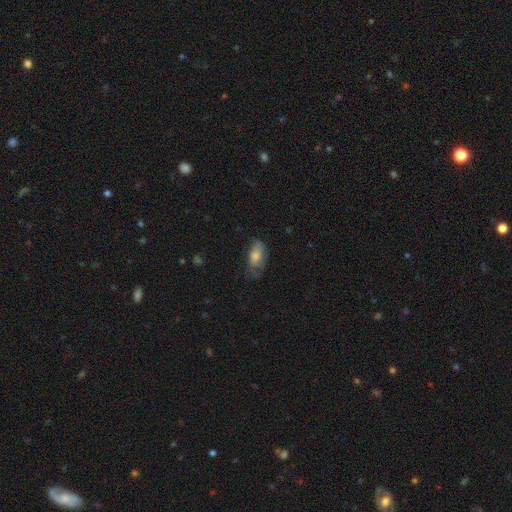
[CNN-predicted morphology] A smooth galaxy with no disk features (71%) that is in between round and cigar-shaped (89%).

Vote fractions:
- Smooth or featured? smooth: 71% / featured or disk: 22% / star or artifact: 7%
- How rounded? in between: 89% / cigar-shaped: 7% / round: 4%
- Merging? none: 51% / minor disturbance: 32% / major disturbance: 15% / merger: 2%